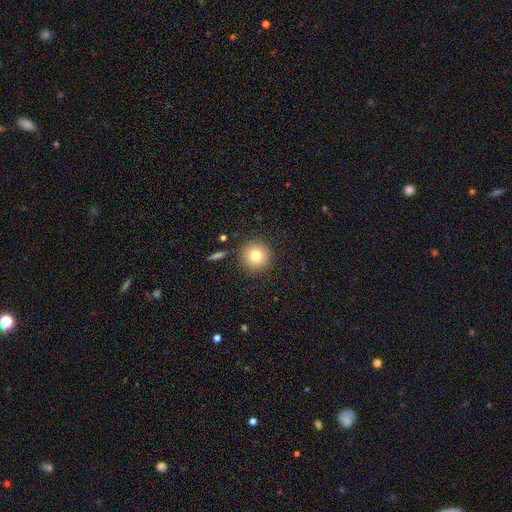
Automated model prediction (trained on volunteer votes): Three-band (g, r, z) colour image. It shows a smooth galaxy with no disk features (80%) that is round (95%). Merging: none (88%).